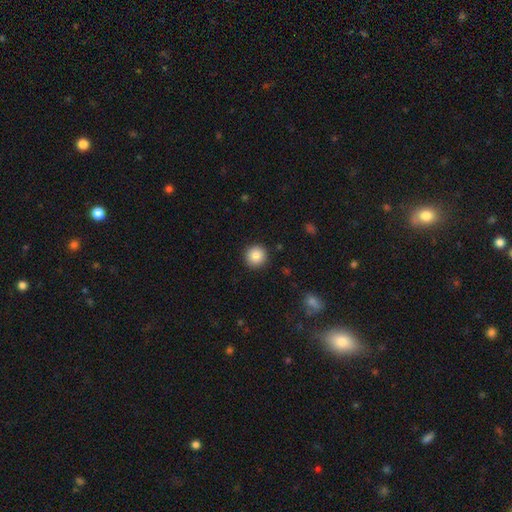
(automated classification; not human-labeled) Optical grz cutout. It shows a smooth galaxy with no disk features (86%) that is round (94%). Merging: none (92%).